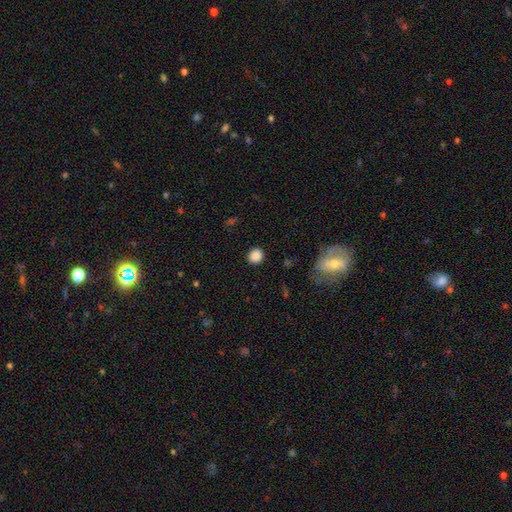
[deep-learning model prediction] A smooth galaxy with no disk features (86%) that is round (83%).

Vote fractions:
- Smooth or featured? smooth: 86% / star or artifact: 10% / featured or disk: 3%
- How rounded? round: 83% / in between: 16% / cigar-shaped: 1%
- Merging? none: 89% / minor disturbance: 7% / major disturbance: 3% / merger: 1%